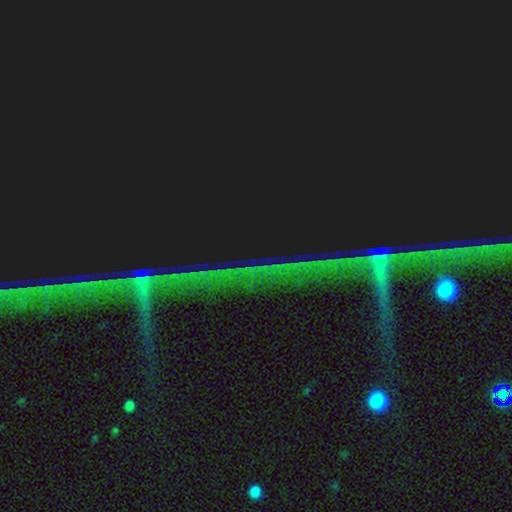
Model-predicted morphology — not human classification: Smooth or featured: star or artifact — 80% (featured or disk — 11%)